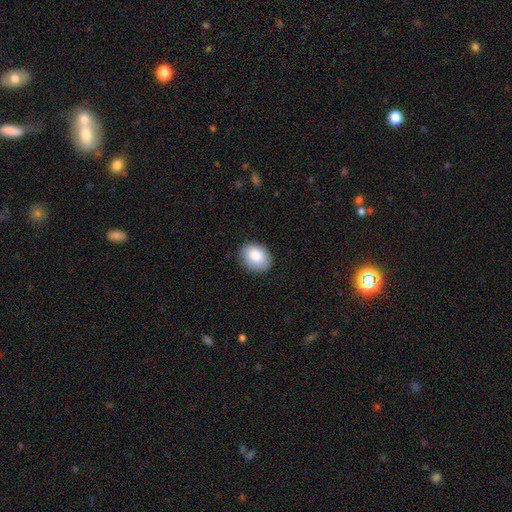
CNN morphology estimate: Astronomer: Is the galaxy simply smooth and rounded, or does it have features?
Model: smooth — 86%.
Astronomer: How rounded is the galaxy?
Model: in between — 65%.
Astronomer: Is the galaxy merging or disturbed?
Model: none — 86%.